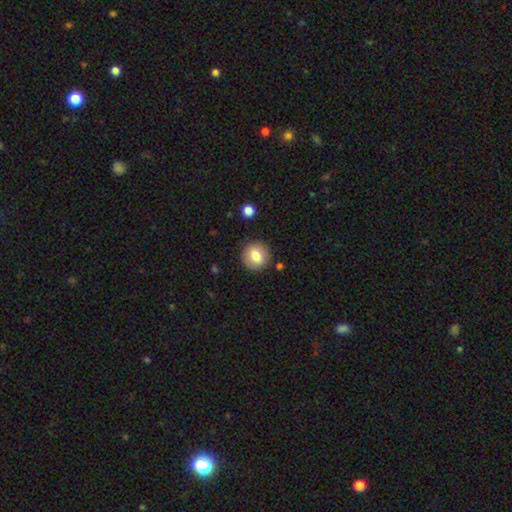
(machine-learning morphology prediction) smooth_or_featured: smooth (p=0.79) [alt: featured or disk p=0.12]
how_rounded: round (p=0.89) [alt: in between p=0.10]
merging: none (p=0.88) [alt: minor disturbance p=0.08]